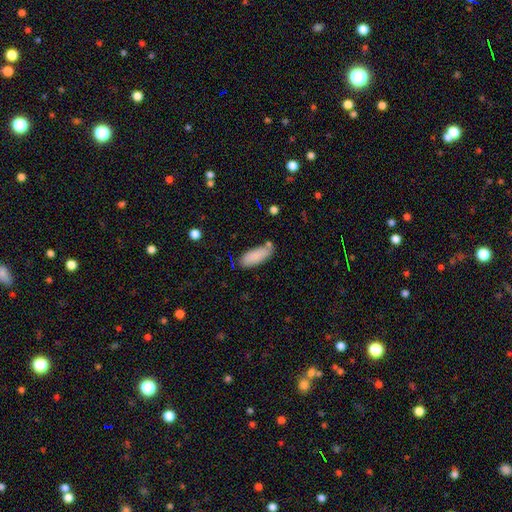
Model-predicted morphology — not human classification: A smooth galaxy with no disk features (85%) that is in between round and cigar-shaped (71%).

Vote fractions:
- Smooth or featured? smooth: 85% / featured or disk: 8% / star or artifact: 7%
- How rounded? in between: 71% / cigar-shaped: 28% / round: 2%
- Merging? none: 72% / minor disturbance: 18% / merger: 7% / major disturbance: 4%